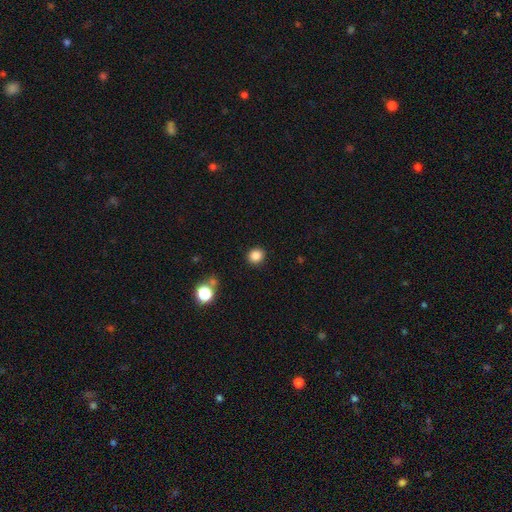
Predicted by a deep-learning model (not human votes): smooth 85%, star or artifact 11%, featured or disk 4%. Down the decision tree: how rounded — round (85%); merging — none (90%).